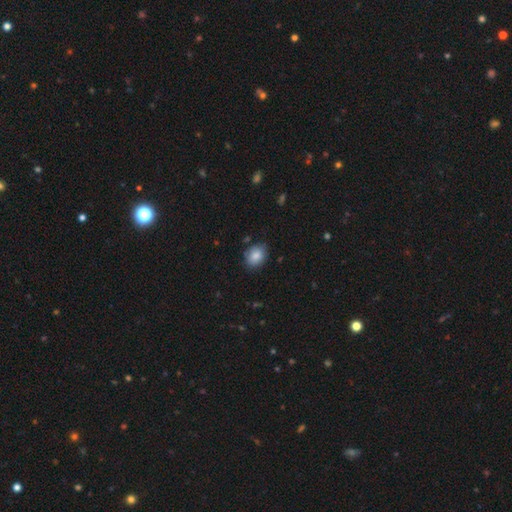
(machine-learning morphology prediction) A smooth galaxy with no disk features (85%) that is in between round and cigar-shaped (57%). Merging: none (79%).